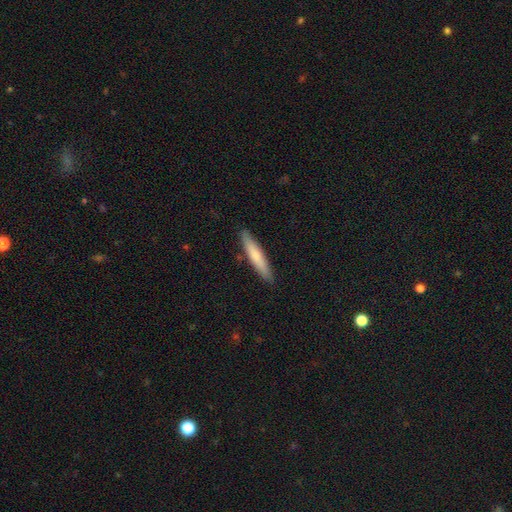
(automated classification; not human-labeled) Smooth or featured?
  - smooth: 70% *
  - featured or disk: 25%
  - star or artifact: 5%
How rounded?
  - cigar-shaped: 91% *
  - in between: 8%
  - round: 1%
Merging?
  - none: 89% *
  - minor disturbance: 8%
  - major disturbance: 1%
  - merger: 1%